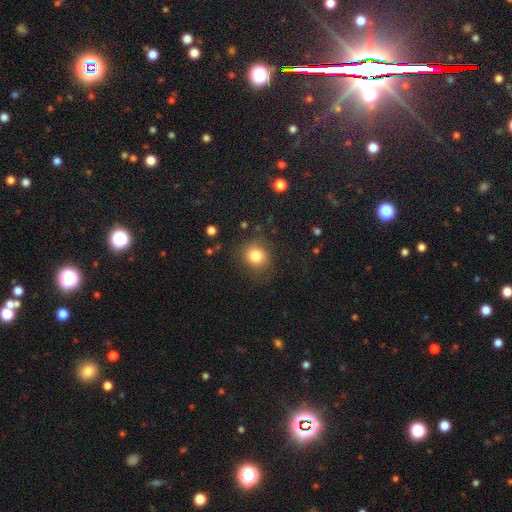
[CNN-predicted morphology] Smooth or featured: smooth — 81% (star or artifact — 11%)
How rounded: round — 80% (in between — 19%)
Merging: none — 79% (minor disturbance — 13%)